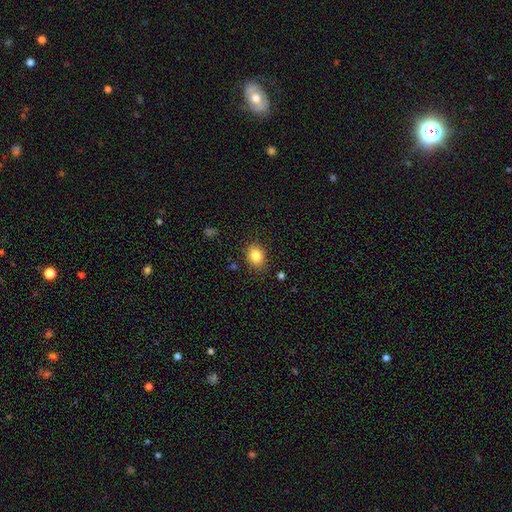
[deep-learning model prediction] A smooth galaxy with no disk features (84%) that is in between round and cigar-shaped (56%). Merging: none (84%).